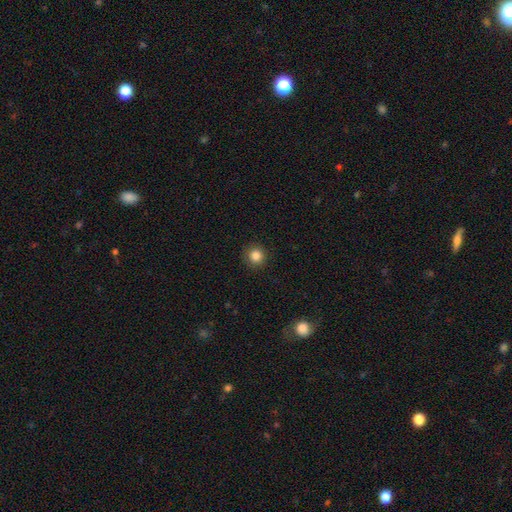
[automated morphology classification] This appears to be a smooth galaxy with no disk features (85%) that is round (93%). Merging: none (91%).